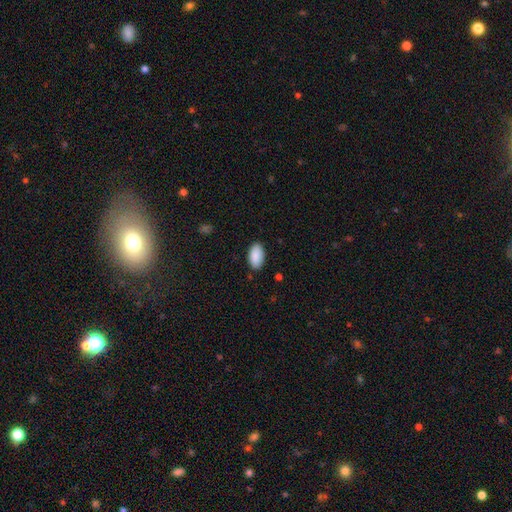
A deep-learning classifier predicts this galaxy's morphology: smooth 91%, star or artifact 6%, featured or disk 3%. Down the decision tree: how rounded — in between (96%); merging — none (87%).